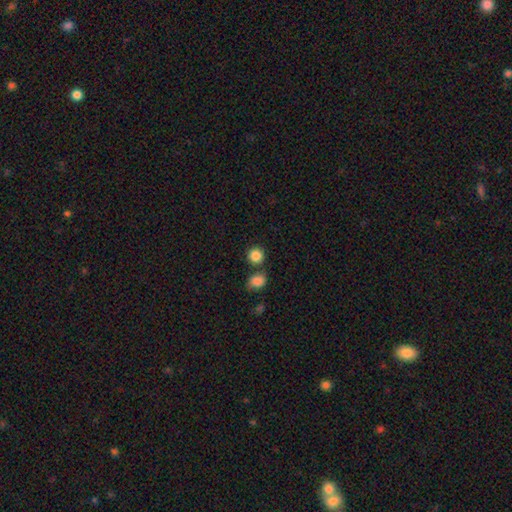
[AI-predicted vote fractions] smooth 86%, star or artifact 10%, featured or disk 4%. Down the decision tree: how rounded — round (90%); merging — none (73%).